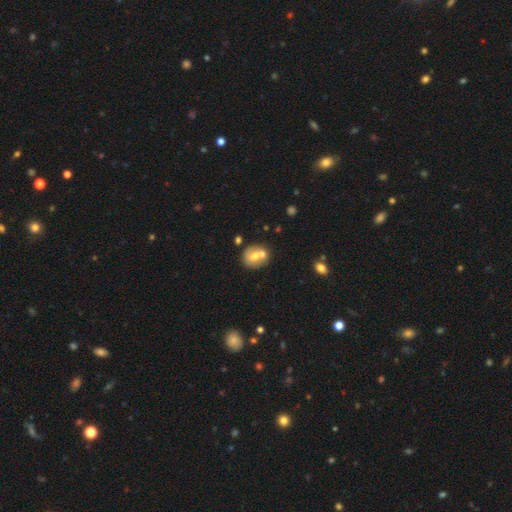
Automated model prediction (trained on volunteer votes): Smooth or featured?
  - smooth: 57% *
  - featured or disk: 34%
  - star or artifact: 8%
How rounded?
  - round: 65% *
  - in between: 34%
  - cigar-shaped: 1%
Merging?
  - none: 44% *
  - merger: 40%
  - minor disturbance: 12%
  - major disturbance: 4%